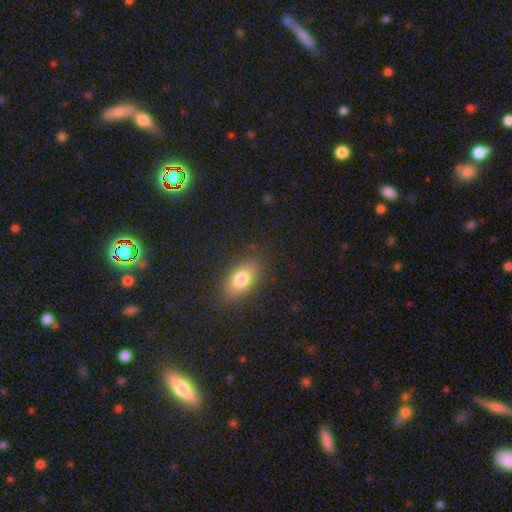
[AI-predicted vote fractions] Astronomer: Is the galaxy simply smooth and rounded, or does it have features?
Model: smooth — 66%.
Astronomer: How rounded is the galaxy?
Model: in between — 78%.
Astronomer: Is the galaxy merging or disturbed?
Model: none — 88%.